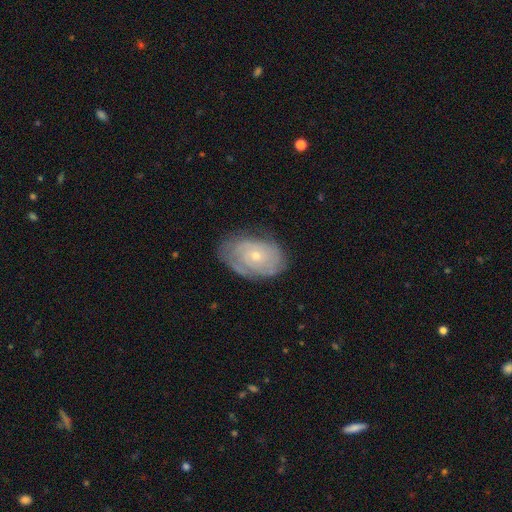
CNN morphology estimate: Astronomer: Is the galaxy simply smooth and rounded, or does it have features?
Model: featured or disk — 65%.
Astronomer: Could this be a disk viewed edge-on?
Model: no — 95%.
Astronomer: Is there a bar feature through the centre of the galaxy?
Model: no — 83%.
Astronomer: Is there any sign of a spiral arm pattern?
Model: yes — 76%.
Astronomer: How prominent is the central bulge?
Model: small — 66%.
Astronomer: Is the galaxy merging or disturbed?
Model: none — 67%.